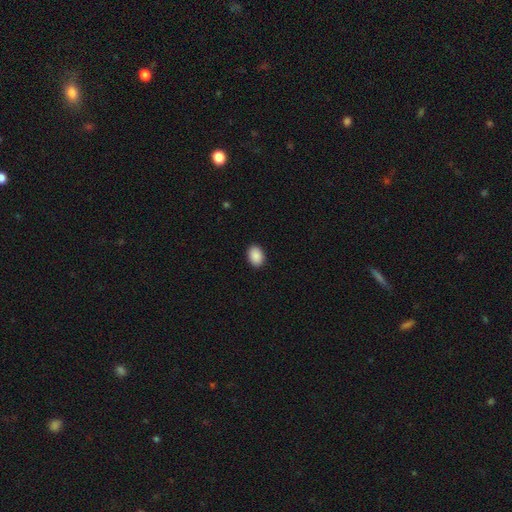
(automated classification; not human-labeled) This is clearly a smooth galaxy (90%). How rounded: likely in between (80%). Merging: clearly none (91%).